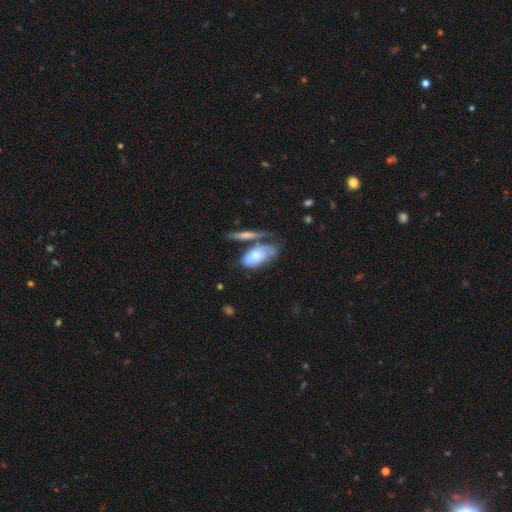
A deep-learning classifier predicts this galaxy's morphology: Smooth or featured?
  - smooth: 59% *
  - featured or disk: 35%
  - star or artifact: 6%
How rounded?
  - in between: 87% *
  - cigar-shaped: 9%
  - round: 4%
Merging?
  - none: 37% *
  - merger: 27%
  - minor disturbance: 23%
  - major disturbance: 13%